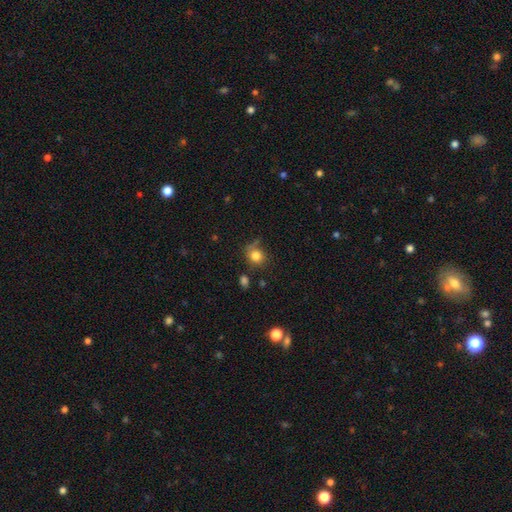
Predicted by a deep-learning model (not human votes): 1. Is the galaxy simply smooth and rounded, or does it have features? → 81% smooth, 11% star or artifact, 8% featured or disk.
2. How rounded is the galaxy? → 74% round, 25% in between, 1% cigar-shaped.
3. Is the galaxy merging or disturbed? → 61% none, 22% minor disturbance, 10% major disturbance, 7% merger.